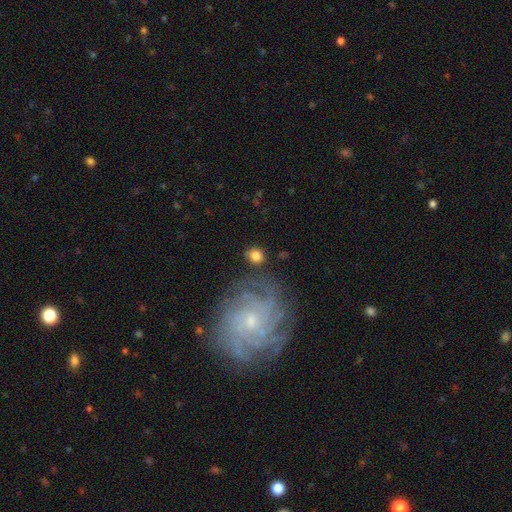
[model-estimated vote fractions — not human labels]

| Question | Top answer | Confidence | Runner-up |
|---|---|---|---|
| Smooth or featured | smooth | 73% | featured or disk (18%) |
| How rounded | round | 76% | in between (23%) |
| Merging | none | 80% | minor disturbance (10%) |